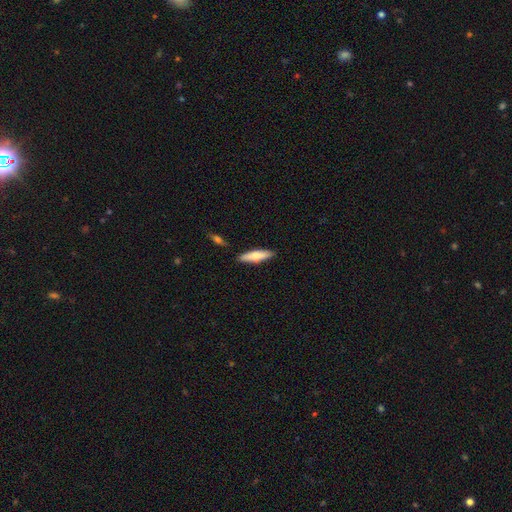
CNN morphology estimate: Smooth or featured?
  - smooth: 70% *
  - featured or disk: 25%
  - star or artifact: 5%
How rounded?
  - cigar-shaped: 73% *
  - in between: 25%
  - round: 2%
Merging?
  - none: 87% *
  - minor disturbance: 9%
  - merger: 3%
  - major disturbance: 2%